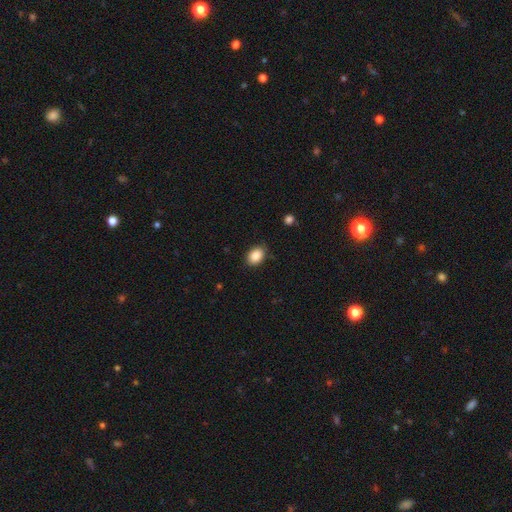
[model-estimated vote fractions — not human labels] Smooth or featured? Predicted: smooth (p=0.88). How rounded? Predicted: in between (p=0.77). Merging? Predicted: none (p=0.83).